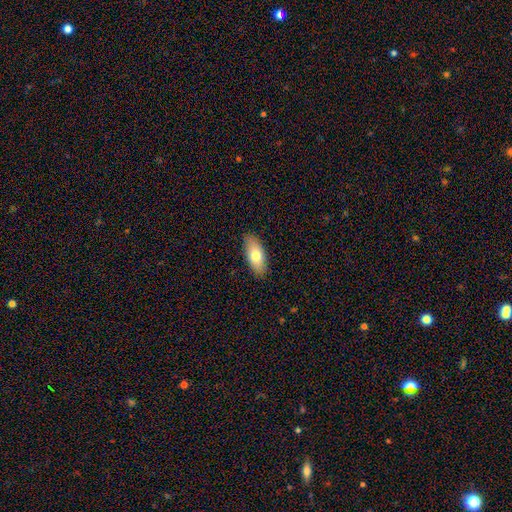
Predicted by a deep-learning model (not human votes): Morphology: type=smooth (75%); roundness=in between (86%); merging=none (87%).